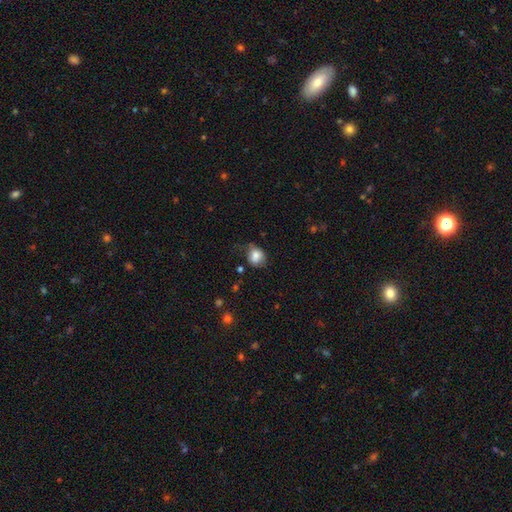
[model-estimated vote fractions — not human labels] A smooth galaxy with no disk features (78%) that is round (56%). Merging: none (50%).